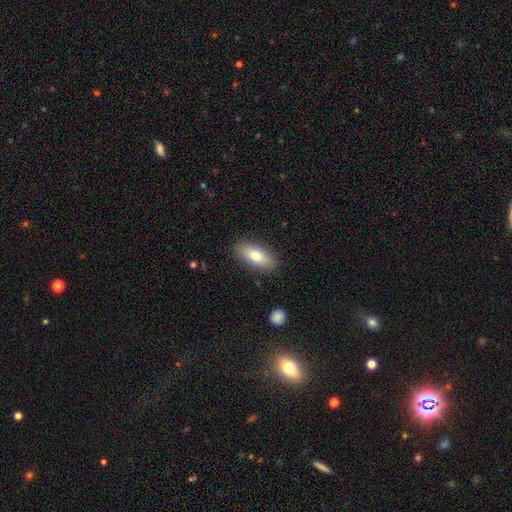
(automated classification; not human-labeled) The model was most divided on "smooth or featured": smooth: 78%, featured or disk: 16%, star or artifact: 6%. More confident: merging — none (87%); how rounded — in between (82%).